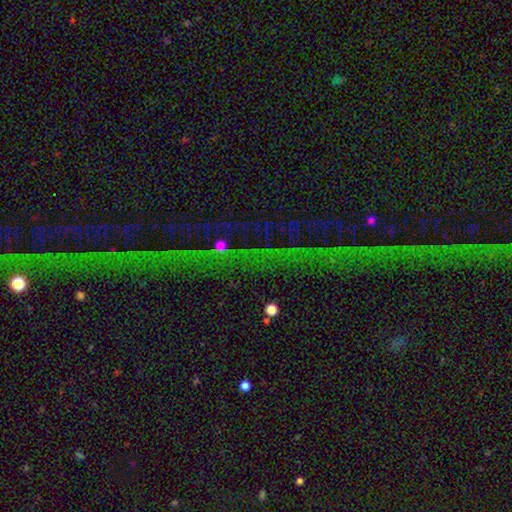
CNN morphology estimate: Smooth or featured? Predicted: star or artifact (p=0.83).